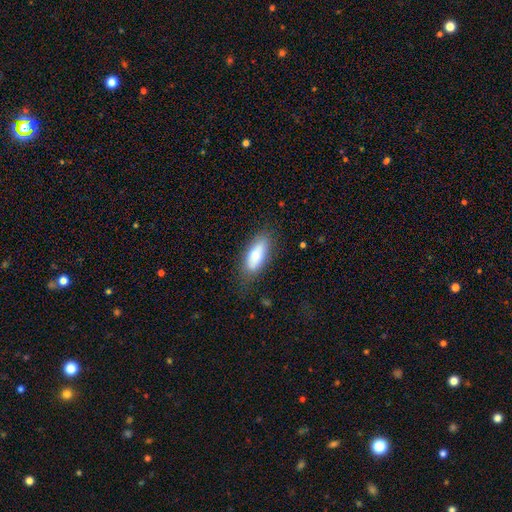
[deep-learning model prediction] Morphology: type=smooth (80%); roundness=in between (75%); merging=none (74%).